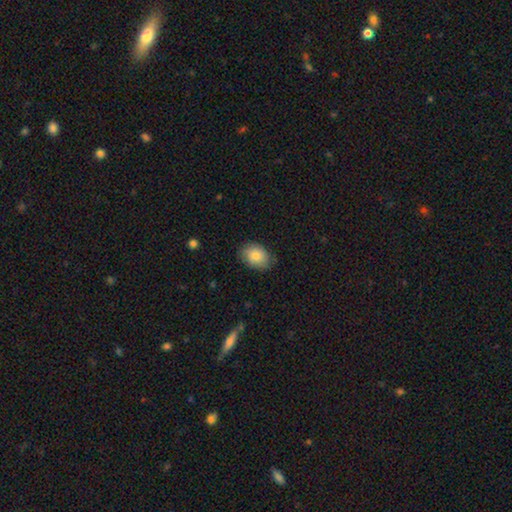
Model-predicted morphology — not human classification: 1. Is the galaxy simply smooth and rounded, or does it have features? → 83% smooth, 10% featured or disk, 7% star or artifact.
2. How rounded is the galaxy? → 72% in between, 27% round, 1% cigar-shaped.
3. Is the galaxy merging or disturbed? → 80% none, 16% minor disturbance, 3% major disturbance, 1% merger.